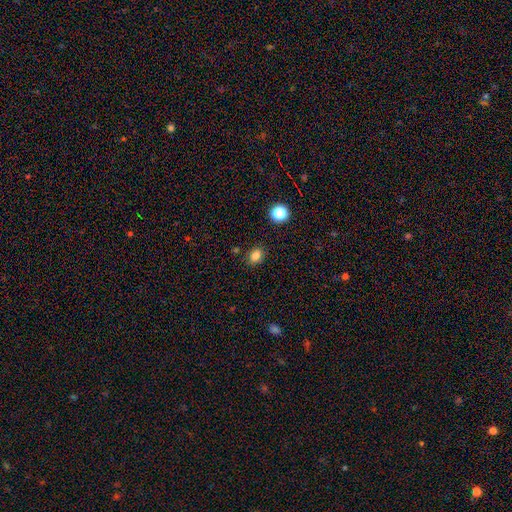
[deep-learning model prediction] Smooth or featured? Predicted: smooth (p=0.81). How rounded? Predicted: in between (p=0.57). Merging? Predicted: none (p=0.84).